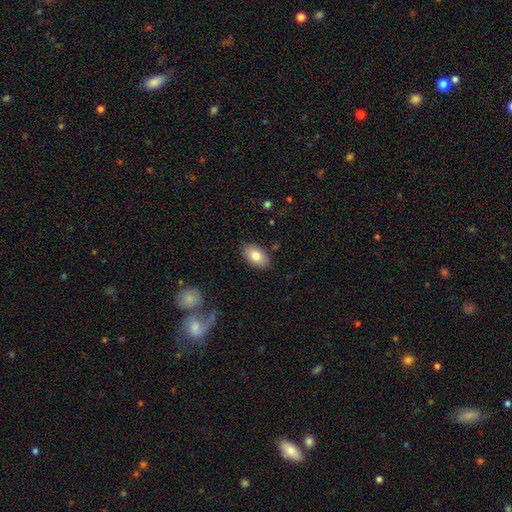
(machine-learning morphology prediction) A smooth galaxy with no disk features (81%) that is in between round and cigar-shaped (94%). Merging: none (86%).